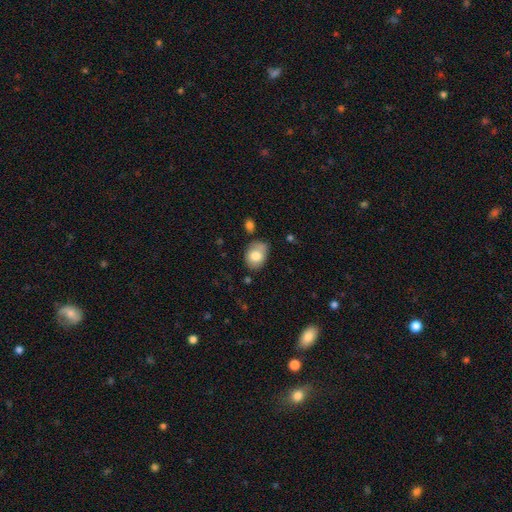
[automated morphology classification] smooth-or-featured: smooth: 76% | featured or disk: 16% | star or artifact: 8%
  how-rounded: in between: 62% | round: 37% | cigar-shaped: 1%
  merging: none: 57% | minor disturbance: 28% | merger: 7% | major disturbance: 7%